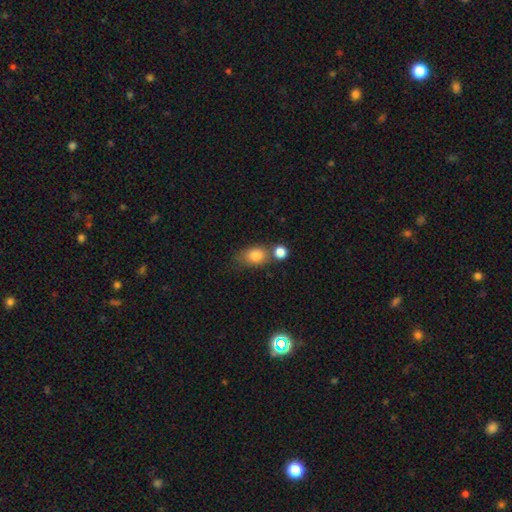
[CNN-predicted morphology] Smooth or featured: smooth — 81% (star or artifact — 10%)
How rounded: in between — 65% (round — 33%)
Merging: none — 51% (merger — 27%)